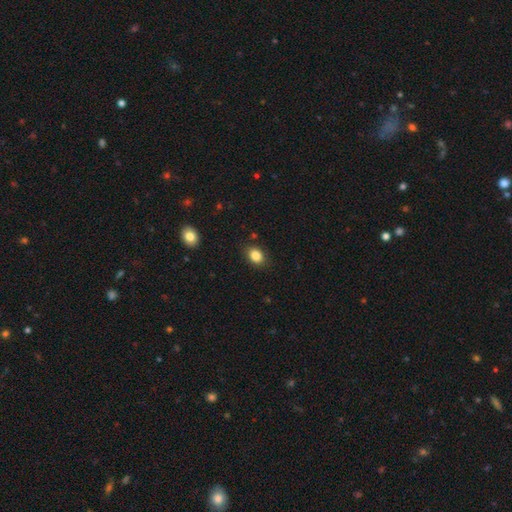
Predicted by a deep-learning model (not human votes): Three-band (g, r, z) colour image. It shows a smooth galaxy with no disk features (85%) that is in between round and cigar-shaped (63%). Merging: none (85%).